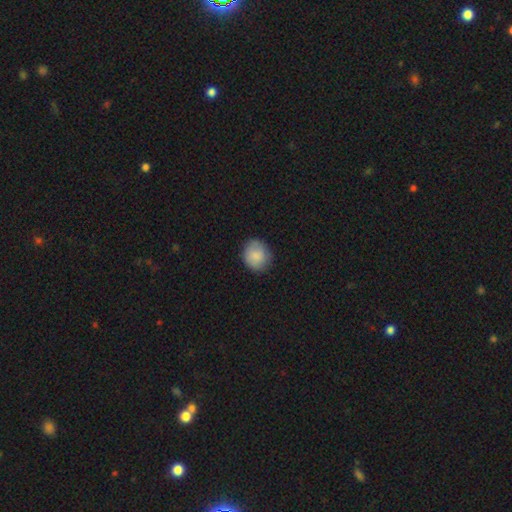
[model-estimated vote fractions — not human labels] smooth_or_featured: smooth (p=0.87) [alt: star or artifact p=0.07]
how_rounded: round (p=0.74) [alt: in between p=0.25]
merging: none (p=0.83) [alt: minor disturbance p=0.14]